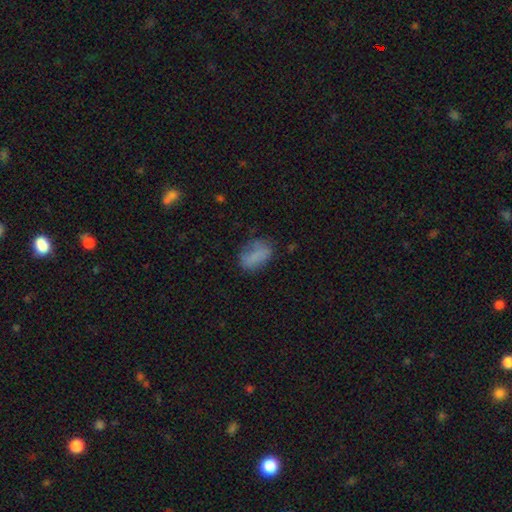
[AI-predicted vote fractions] Smooth or featured: smooth — 75% (featured or disk — 15%)
How rounded: in between — 83% (round — 14%)
Merging: none — 56% (minor disturbance — 27%)